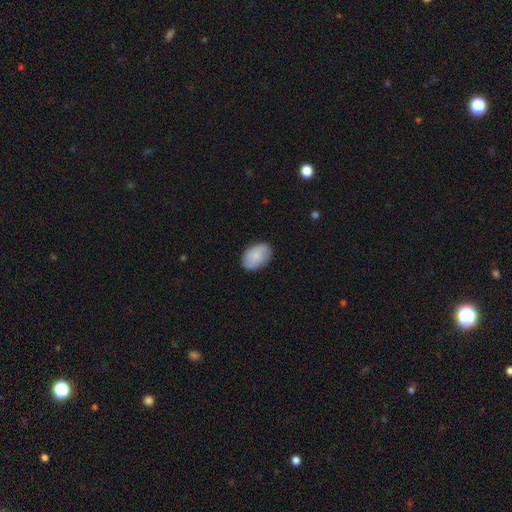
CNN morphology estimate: The model was most divided on "smooth or featured": smooth: 81%, featured or disk: 13%, star or artifact: 6%. More confident: how rounded — in between (89%); merging — none (85%).